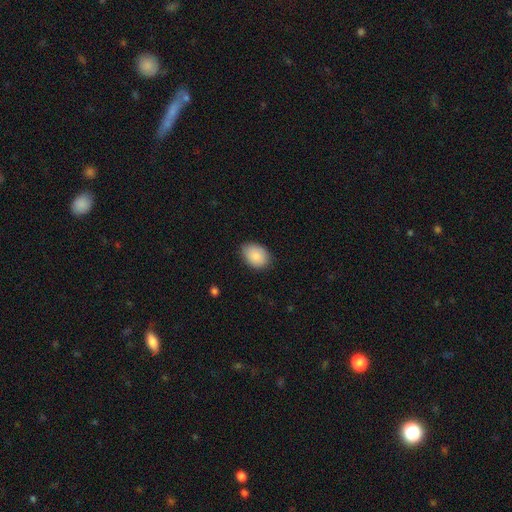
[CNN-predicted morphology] Overall: smooth (88%). How rounded: in between (79%). Merging: none (79%).